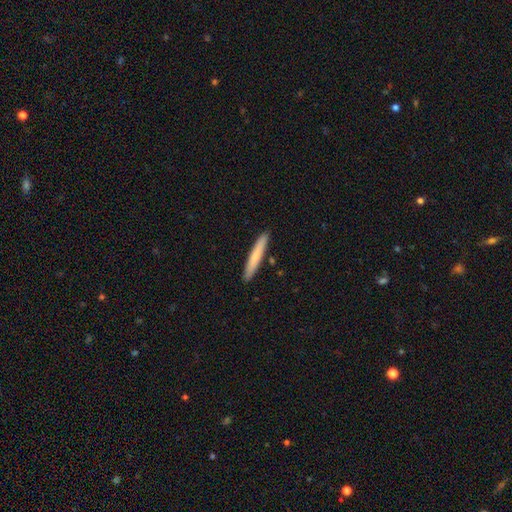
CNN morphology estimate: type=smooth (72%); roundness=cigar-shaped (95%); merging=none (90%).